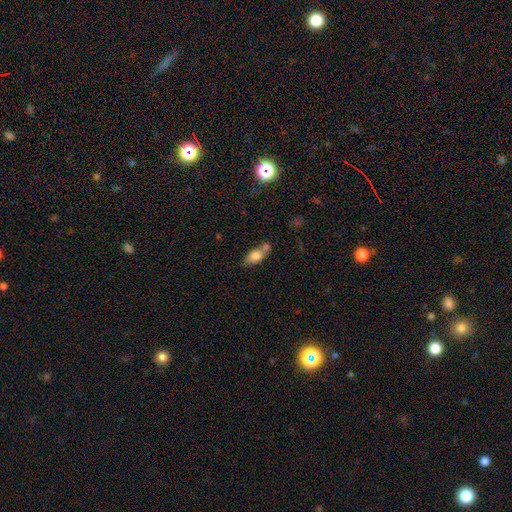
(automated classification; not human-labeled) Morphology: type=smooth (75%); roundness=in between (81%); merging=none (48%).